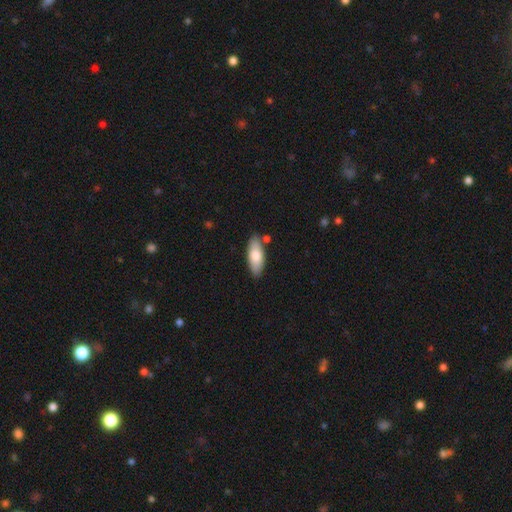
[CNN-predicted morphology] Smooth or featured? smooth (78%)
How rounded? in between (77%)
Merging? none (82%)